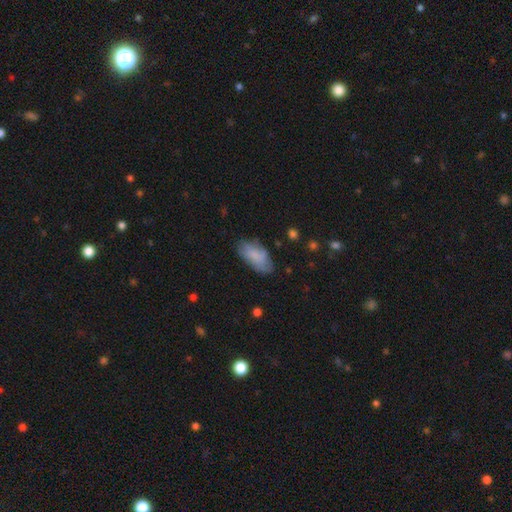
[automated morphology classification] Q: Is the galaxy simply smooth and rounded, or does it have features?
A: smooth — 78%.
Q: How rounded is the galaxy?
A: in between — 93%.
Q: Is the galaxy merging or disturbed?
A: none — 70%.